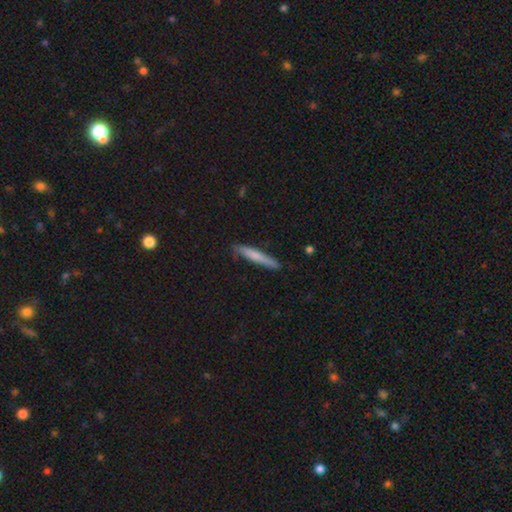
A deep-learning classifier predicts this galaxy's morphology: type=smooth (67%); roundness=cigar-shaped (95%); merging=none (84%).